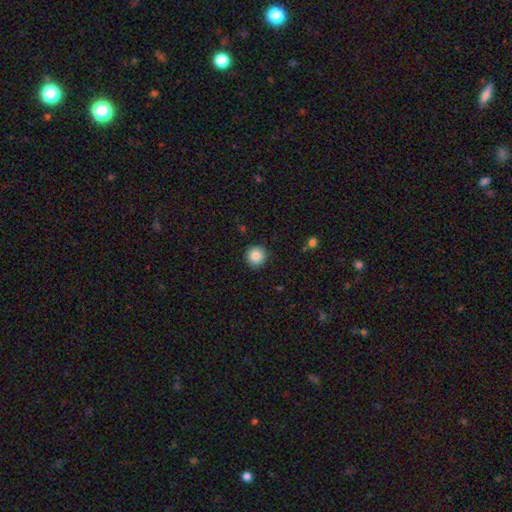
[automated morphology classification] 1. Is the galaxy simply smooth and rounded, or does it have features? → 87% smooth, 9% star or artifact, 4% featured or disk.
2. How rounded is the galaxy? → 95% round, 4% in between, 1% cigar-shaped.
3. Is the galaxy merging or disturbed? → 89% none, 8% minor disturbance, 2% major disturbance, 1% merger.